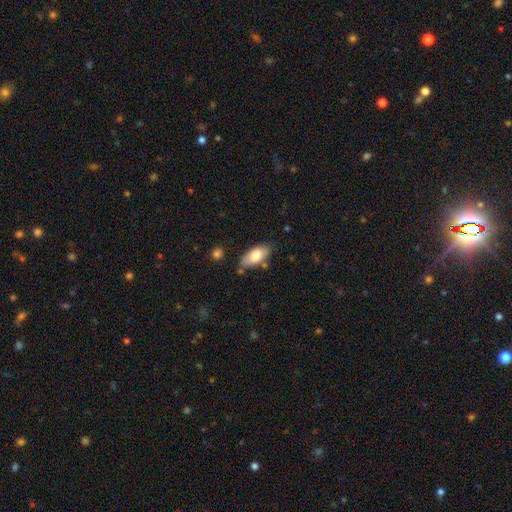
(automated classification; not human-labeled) A smooth galaxy with no disk features (77%) that is in between round and cigar-shaped (88%). Merging: none (75%).